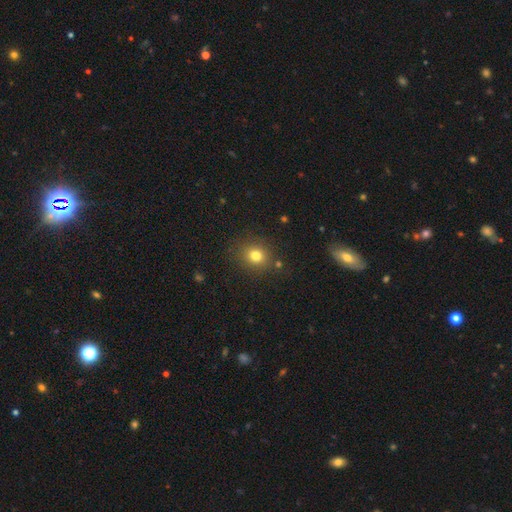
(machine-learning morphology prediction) This is likely a smooth galaxy (78%). How rounded: likely round (76%). Merging: clearly none (84%).